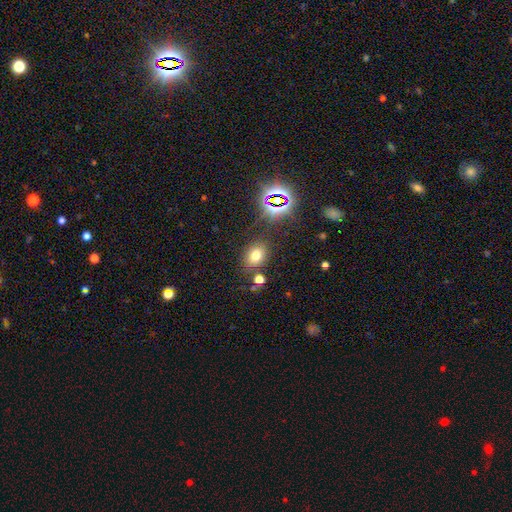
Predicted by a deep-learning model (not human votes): Overall: smooth (68%). How rounded: in between (64%; round 35%). Merging: none (79%).